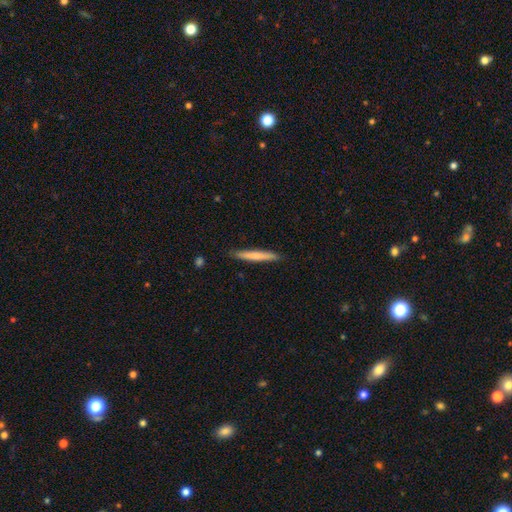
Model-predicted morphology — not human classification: Q: Smooth or featured?
A: smooth (68%); runner-up: featured or disk (26%)
Q: How rounded?
A: cigar-shaped (96%); runner-up: in between (3%)
Q: Merging?
A: none (89%); runner-up: minor disturbance (9%)